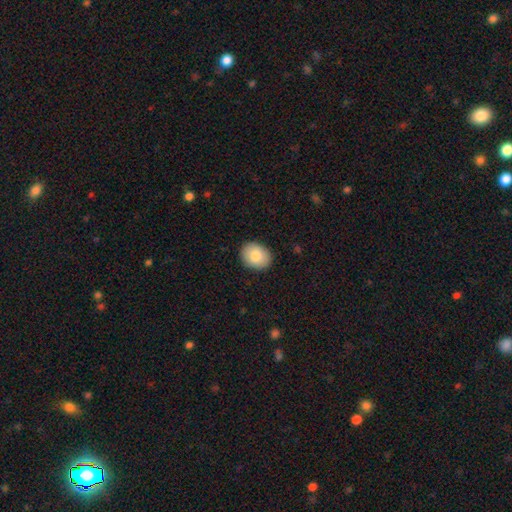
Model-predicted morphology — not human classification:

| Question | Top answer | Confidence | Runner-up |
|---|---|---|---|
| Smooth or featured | smooth | 81% | featured or disk (11%) |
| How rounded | in between | 54% | round (45%) |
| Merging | none | 89% | minor disturbance (8%) |